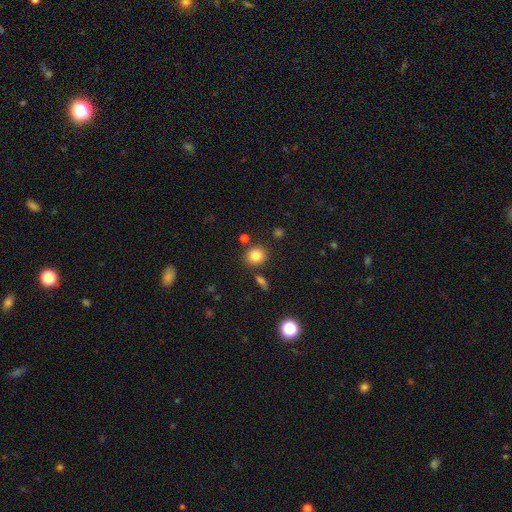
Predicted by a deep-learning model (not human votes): smooth 83%, star or artifact 11%, featured or disk 6%. Down the decision tree: how rounded — round (77%); merging — none (81%).